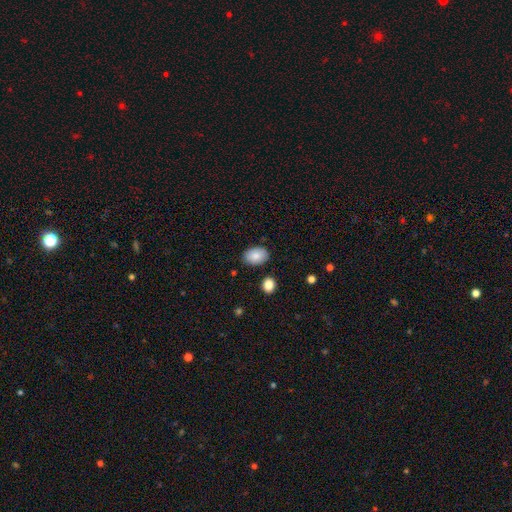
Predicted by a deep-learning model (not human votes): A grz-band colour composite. It shows a smooth galaxy with no disk features (85%) that is in between round and cigar-shaped (85%). Merging: none (83%).